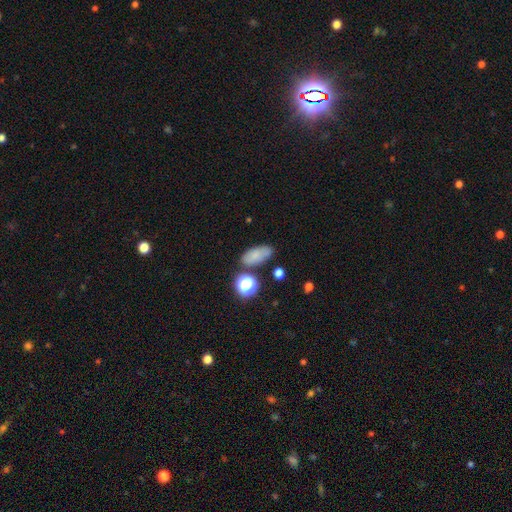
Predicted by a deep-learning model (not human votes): A smooth galaxy with no disk features (72%) that is in between round and cigar-shaped (84%).

Vote fractions:
- Smooth or featured? smooth: 72% / featured or disk: 14% / star or artifact: 14%
- How rounded? in between: 84% / round: 9% / cigar-shaped: 7%
- Merging? none: 67% / minor disturbance: 19% / merger: 8% / major disturbance: 5%